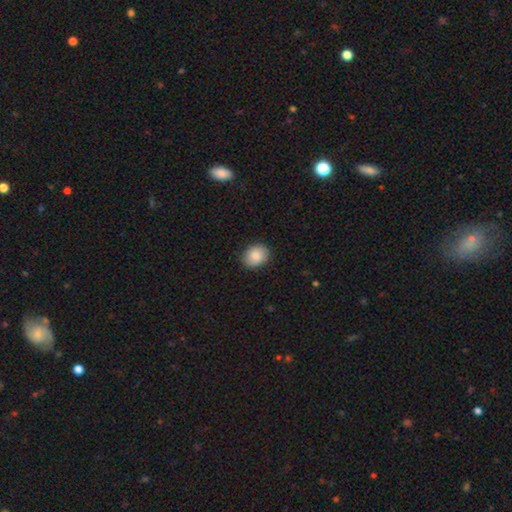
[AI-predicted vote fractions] This appears to be a smooth galaxy with no disk features (87%) that is in between round and cigar-shaped (55%). Merging: none (88%).